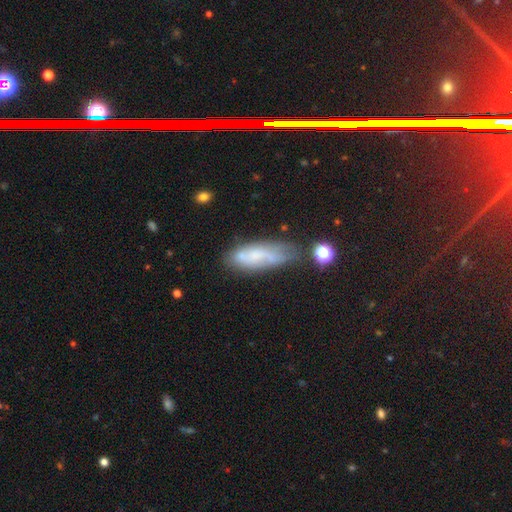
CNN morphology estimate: smooth-or-featured: smooth: 49% | featured or disk: 41% | star or artifact: 10%
  merging: none: 44% | minor disturbance: 29% | major disturbance: 16% | merger: 12%